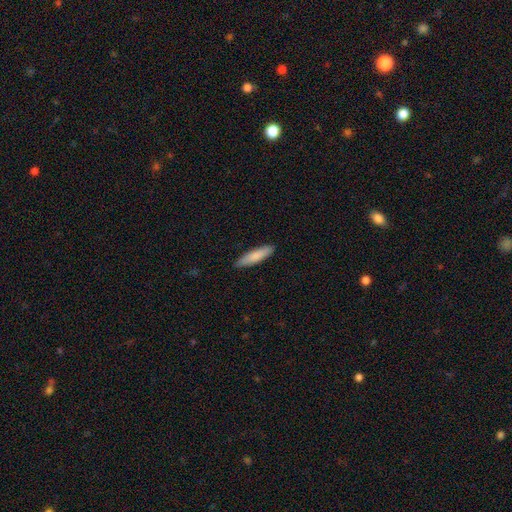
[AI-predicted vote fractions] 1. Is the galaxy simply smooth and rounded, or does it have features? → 83% smooth, 11% featured or disk, 5% star or artifact.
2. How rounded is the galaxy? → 75% cigar-shaped, 24% in between, 1% round.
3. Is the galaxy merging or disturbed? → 88% none, 9% minor disturbance, 2% major disturbance, 1% merger.